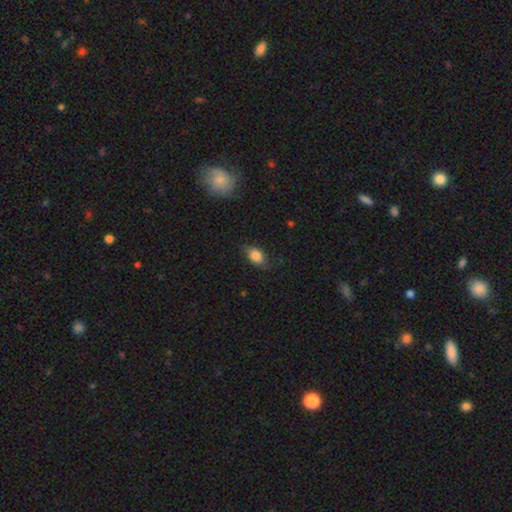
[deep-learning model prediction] Q: Smooth or featured?
A: smooth (74%); runner-up: featured or disk (18%)
Q: How rounded?
A: in between (82%); runner-up: round (15%)
Q: Merging?
A: none (65%); runner-up: minor disturbance (25%)